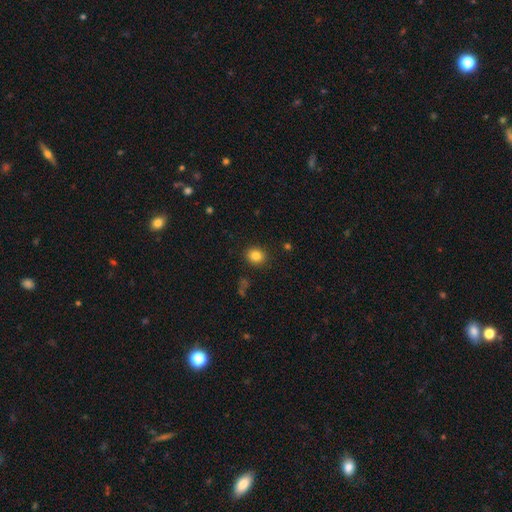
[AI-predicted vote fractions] Overall: smooth (83%). How rounded: round (77%). Merging: none (90%).